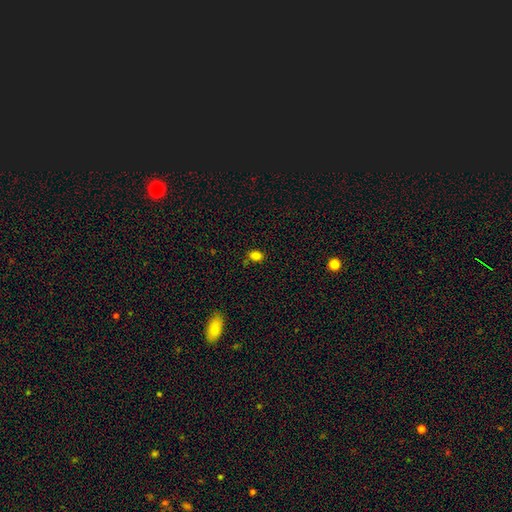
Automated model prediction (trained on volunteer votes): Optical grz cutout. It shows a smooth galaxy with no disk features (82%) that is in between round and cigar-shaped (58%). Merging: none (76%).